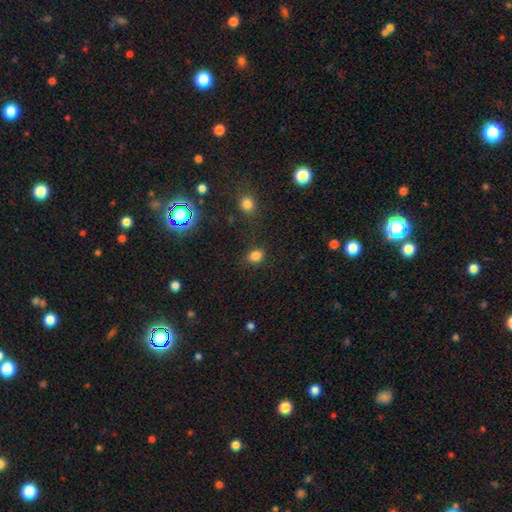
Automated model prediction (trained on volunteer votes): Overall: smooth (81%). How rounded: in between (57%; round 41%). Merging: none (80%).